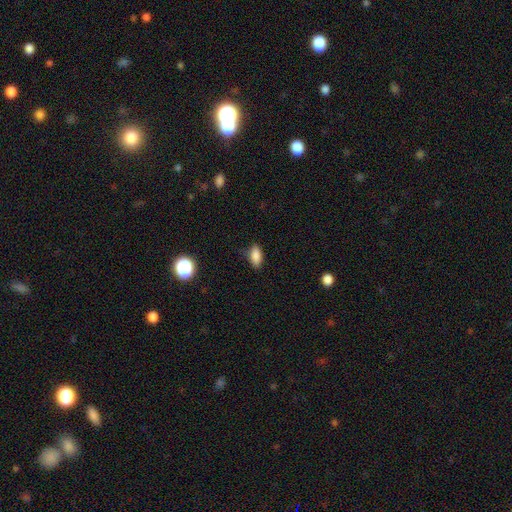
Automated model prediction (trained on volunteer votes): Smooth or featured? smooth (85%)
How rounded? in between (86%)
Merging? none (80%)